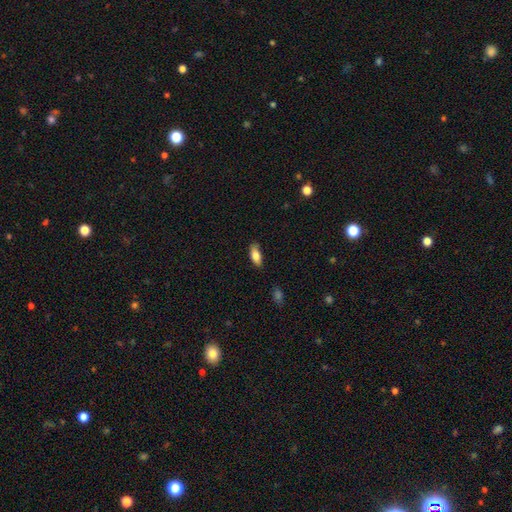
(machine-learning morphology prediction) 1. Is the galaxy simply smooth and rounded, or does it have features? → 80% smooth, 13% featured or disk, 7% star or artifact.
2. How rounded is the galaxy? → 78% in between, 20% cigar-shaped, 2% round.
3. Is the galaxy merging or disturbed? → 78% none, 18% minor disturbance, 3% major disturbance, 1% merger.